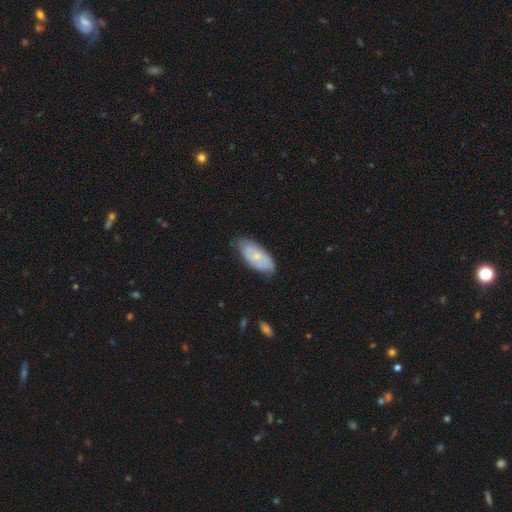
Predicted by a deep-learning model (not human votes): This appears to be a featured or disk galaxy (48%). Merging: none (67%).